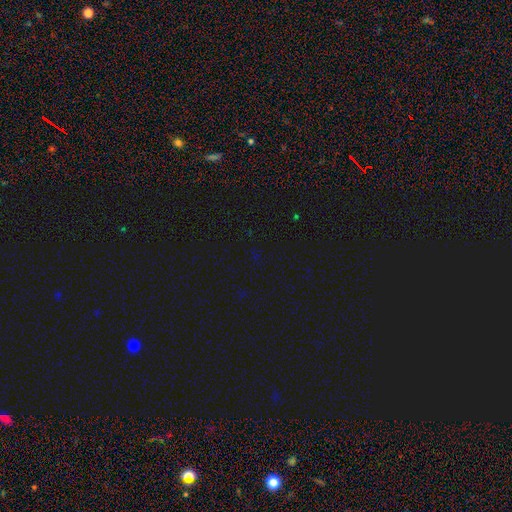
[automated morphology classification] The model was most divided on "smooth or featured": star or artifact: 71%, smooth: 22%, featured or disk: 7%.